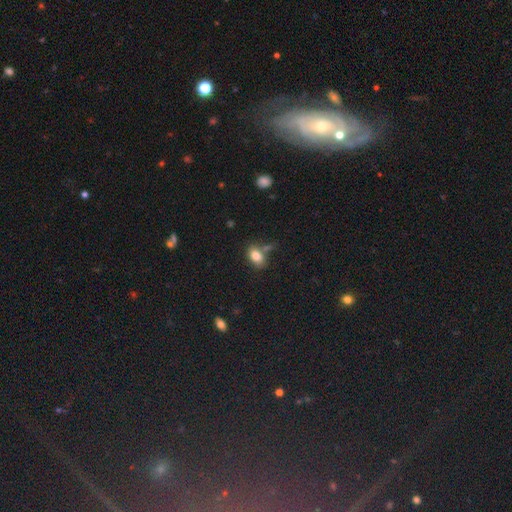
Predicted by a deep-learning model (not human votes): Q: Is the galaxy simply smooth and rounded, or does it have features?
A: smooth — 81%.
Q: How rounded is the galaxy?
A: in between — 86%.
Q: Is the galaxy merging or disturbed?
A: none — 60%.